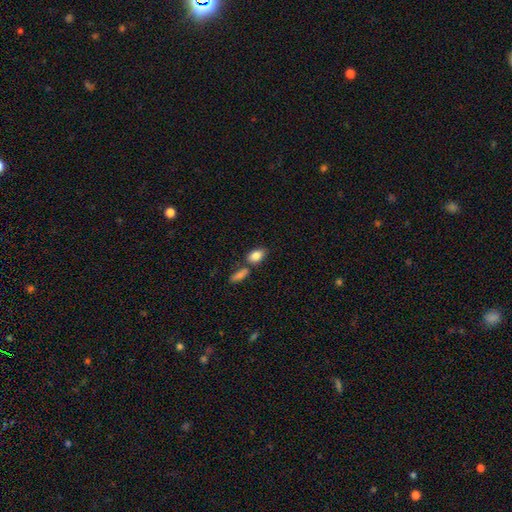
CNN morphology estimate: type=smooth (84%); roundness=in between (86%); merging=none (62%).